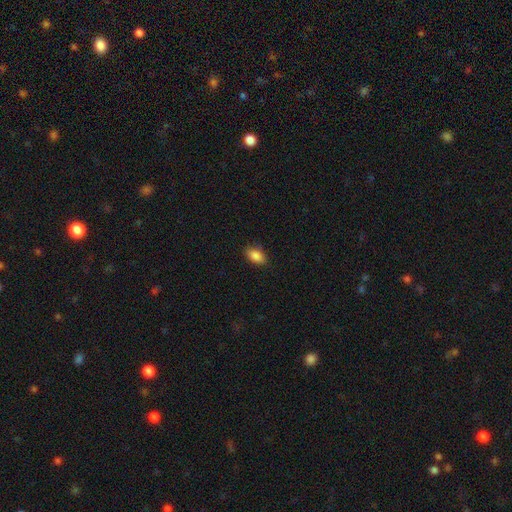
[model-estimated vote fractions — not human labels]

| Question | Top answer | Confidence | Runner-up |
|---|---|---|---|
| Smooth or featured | smooth | 87% | star or artifact (8%) |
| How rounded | in between | 90% | round (7%) |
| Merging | none | 82% | minor disturbance (14%) |